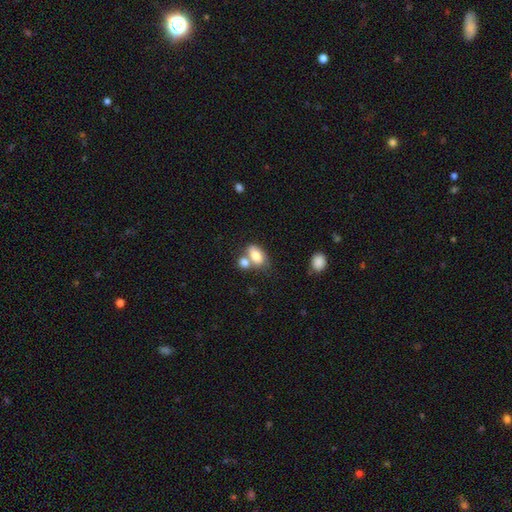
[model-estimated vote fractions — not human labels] smooth 77%, featured or disk 15%, star or artifact 8%. Down the decision tree: how rounded — in between (88%); merging — merger (45%).